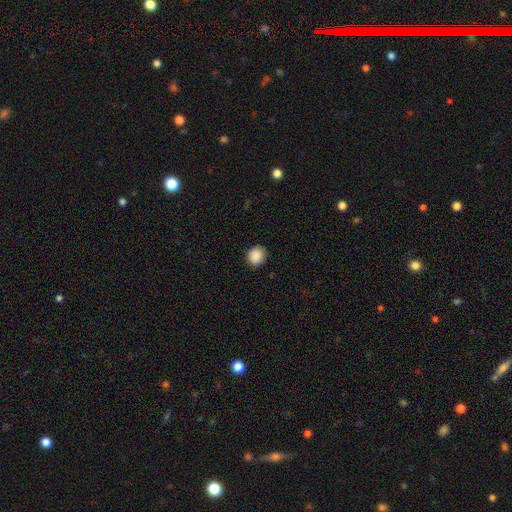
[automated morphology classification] Q: Smooth or featured?
A: smooth (89%); runner-up: star or artifact (8%)
Q: How rounded?
A: round (80%); runner-up: in between (19%)
Q: Merging?
A: none (89%); runner-up: minor disturbance (8%)